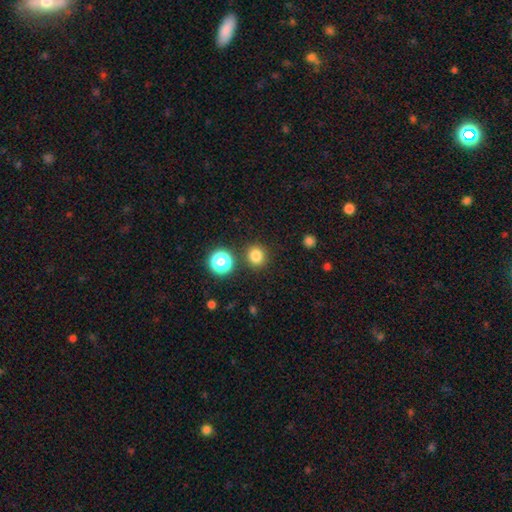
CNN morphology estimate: A smooth galaxy with no disk features (80%) that is round (87%). Merging: none (86%).